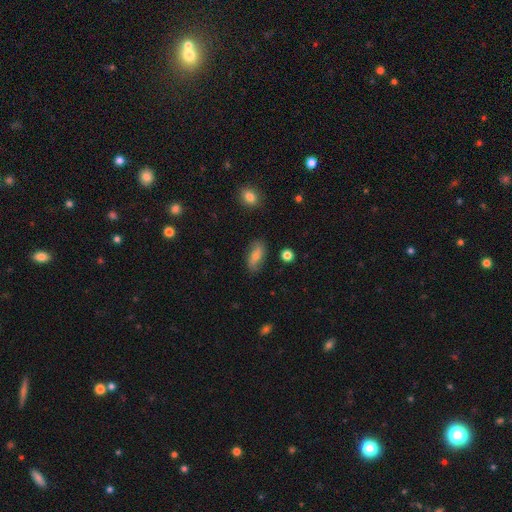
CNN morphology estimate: type=smooth (60%); roundness=in between (80%); merging=none (81%).